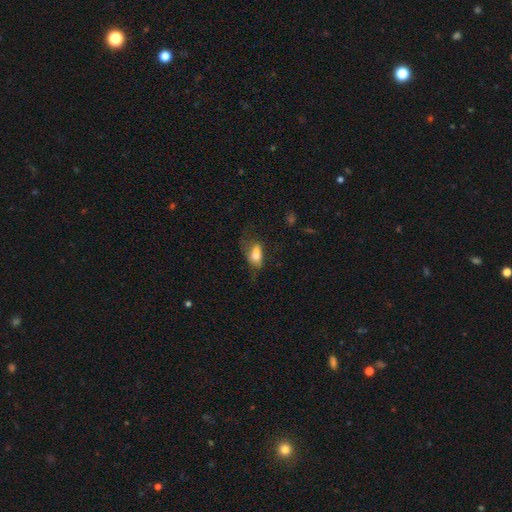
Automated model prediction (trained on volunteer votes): This is likely a smooth galaxy (71%). How rounded: clearly in between (87%). Merging: marginally major disturbance (37%).